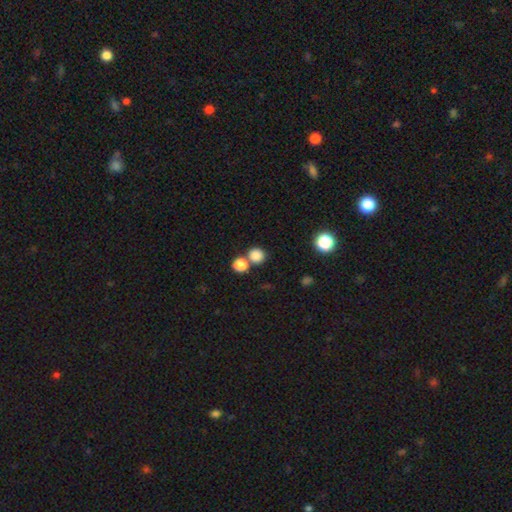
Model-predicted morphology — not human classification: Smooth or featured? smooth (83%)
How rounded? round (88%)
Merging? none (62%)